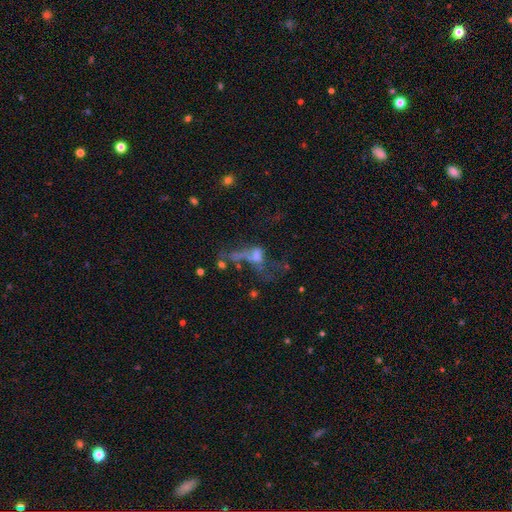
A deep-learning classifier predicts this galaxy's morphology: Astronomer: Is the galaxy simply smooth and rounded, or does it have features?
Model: featured or disk — 45% (runner-up: smooth, 30%).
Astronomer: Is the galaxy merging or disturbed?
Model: major disturbance — 40% (runner-up: merger, 30%).